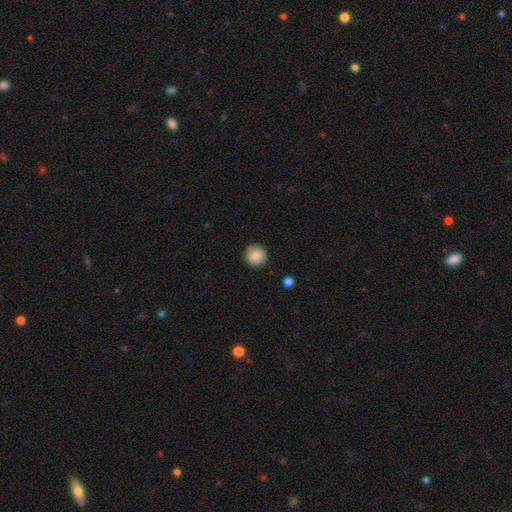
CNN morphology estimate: This appears to be a smooth galaxy with no disk features (87%) that is round (94%). Merging: none (90%).